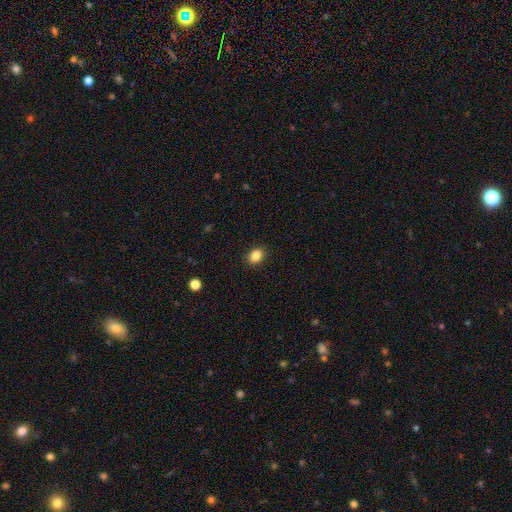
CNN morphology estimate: This appears to be a smooth galaxy with no disk features (85%) that is round (53%). Merging: none (89%).